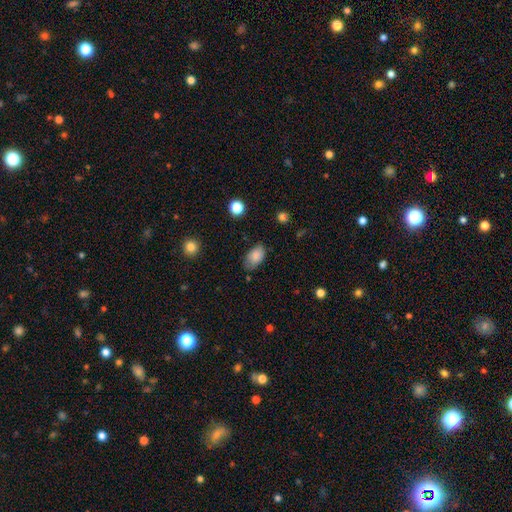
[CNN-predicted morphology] A smooth galaxy with no disk features (83%) that is in between round and cigar-shaped (91%).

Vote fractions:
- Smooth or featured? smooth: 83% / featured or disk: 9% / star or artifact: 8%
- How rounded? in between: 91% / round: 7% / cigar-shaped: 2%
- Merging? none: 69% / minor disturbance: 24% / major disturbance: 5% / merger: 2%